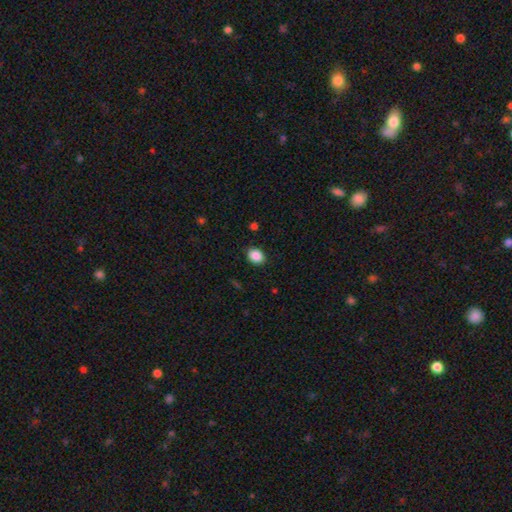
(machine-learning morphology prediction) type=smooth (89%); roundness=in between (59%); merging=none (89%).